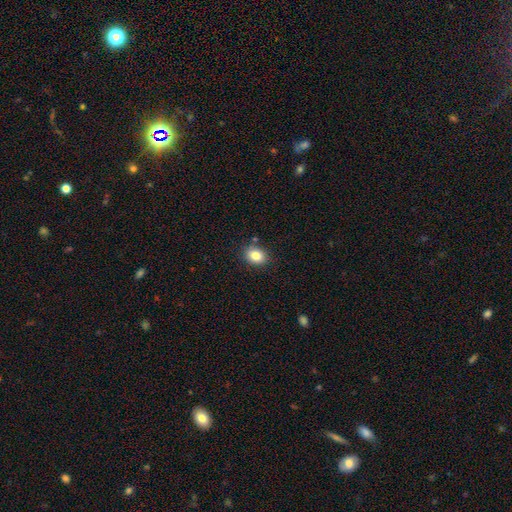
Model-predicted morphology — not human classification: Smooth or featured? Predicted: smooth (p=0.84). How rounded? Predicted: in between (p=0.60). Merging? Predicted: none (p=0.84).